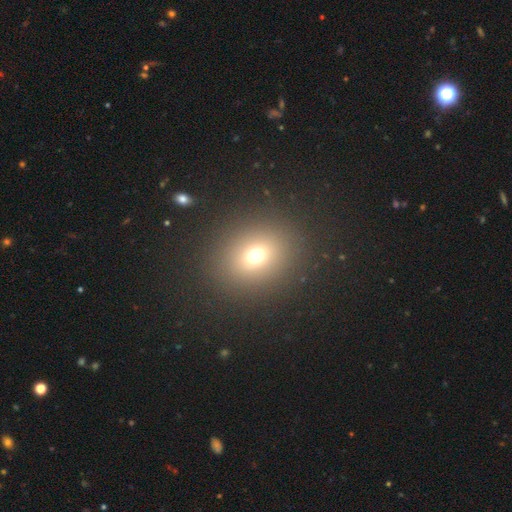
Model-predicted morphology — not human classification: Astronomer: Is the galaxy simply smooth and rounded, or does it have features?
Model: smooth — 68%.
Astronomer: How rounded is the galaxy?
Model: round — 68%.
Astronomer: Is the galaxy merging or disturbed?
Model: none — 86%.